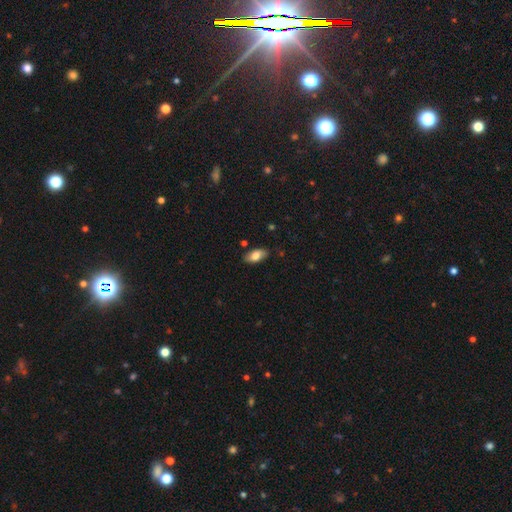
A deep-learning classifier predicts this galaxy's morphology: Smooth or featured? Predicted: smooth (p=0.79). How rounded? Predicted: in between (p=0.92). Merging? Predicted: none (p=0.85).